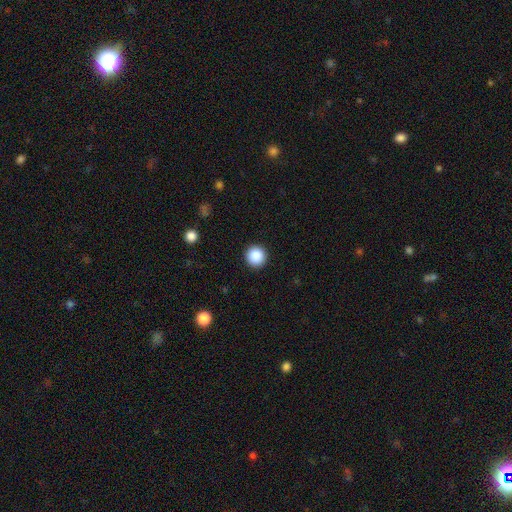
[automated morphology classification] Smooth or featured: smooth — 88% (star or artifact — 9%)
How rounded: round — 96% (in between — 3%)
Merging: none — 92% (minor disturbance — 5%)